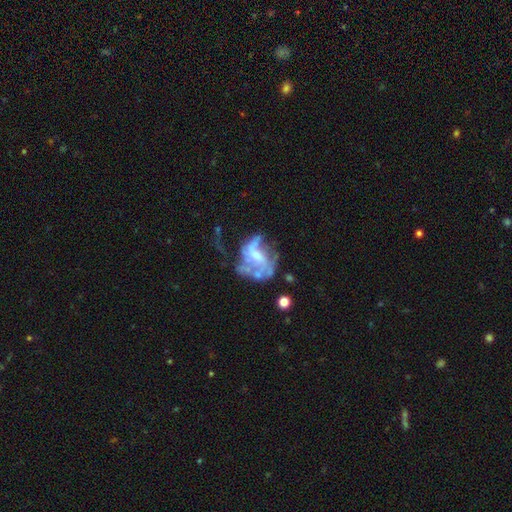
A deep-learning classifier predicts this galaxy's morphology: This appears to be a featured or disk galaxy (74%) with no bar (53%), spiral arms (61%) and no central bulge (36%). Merging: major disturbance (41%).